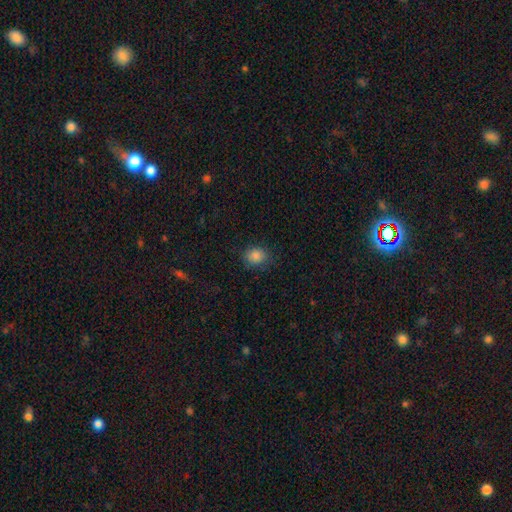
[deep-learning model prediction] Smooth or featured?
  - smooth: 85% *
  - star or artifact: 11%
  - featured or disk: 4%
How rounded?
  - round: 59% *
  - in between: 40%
  - cigar-shaped: 1%
Merging?
  - none: 79% *
  - minor disturbance: 15%
  - major disturbance: 4%
  - merger: 1%